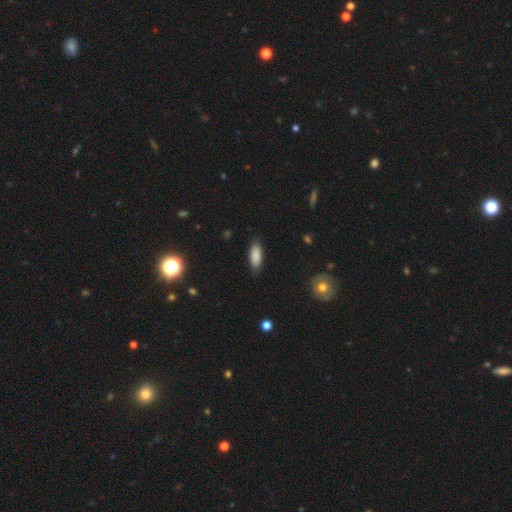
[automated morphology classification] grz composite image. It shows a smooth galaxy with no disk features (88%) that is in between round and cigar-shaped (77%). Merging: none (86%).